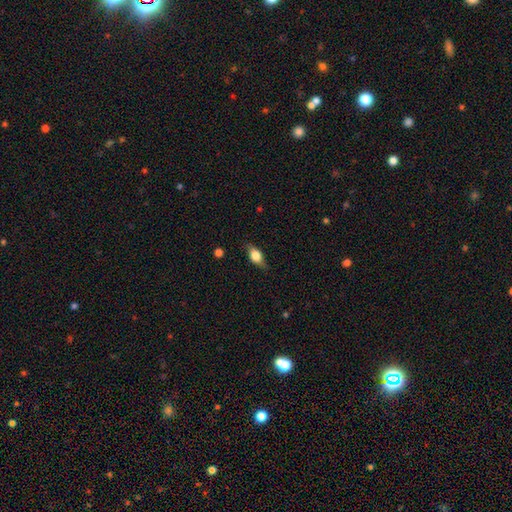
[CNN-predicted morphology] Smooth or featured: smooth — 67% (featured or disk — 25%)
How rounded: in between — 78% (cigar-shaped — 11%)
Merging: none — 77% (minor disturbance — 18%)